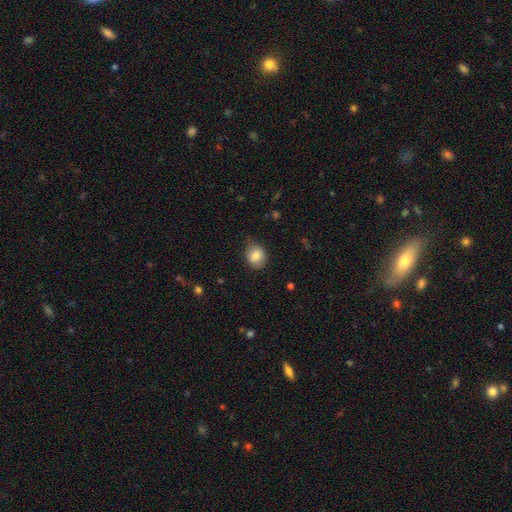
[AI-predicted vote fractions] Smooth or featured?
  - smooth: 84% *
  - star or artifact: 8%
  - featured or disk: 8%
How rounded?
  - round: 50% *
  - in between: 49%
  - cigar-shaped: 1%
Merging?
  - none: 72% *
  - minor disturbance: 22%
  - major disturbance: 5%
  - merger: 1%